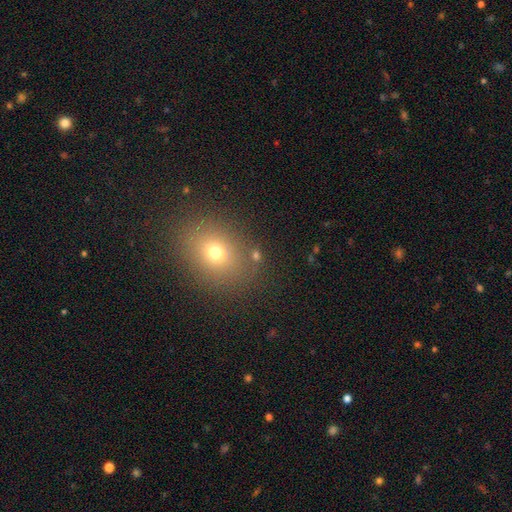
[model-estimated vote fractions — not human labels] Q: Smooth or featured?
A: smooth (66%); runner-up: star or artifact (22%)
Q: How rounded?
A: round (54%); runner-up: in between (44%)
Q: Merging?
A: none (79%); runner-up: minor disturbance (10%)